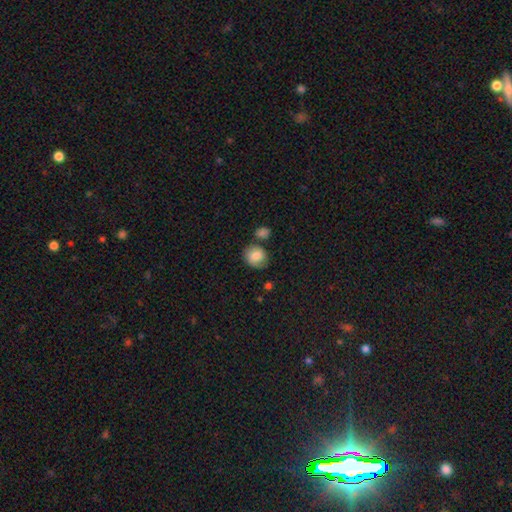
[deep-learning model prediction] Smooth or featured? smooth (77%)
How rounded? round (66%)
Merging? none (67%)